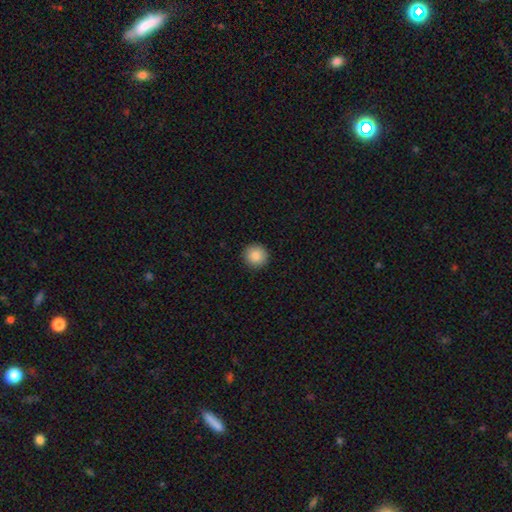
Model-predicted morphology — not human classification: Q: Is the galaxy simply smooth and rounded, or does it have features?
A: smooth — 88%.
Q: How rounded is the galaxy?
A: round — 95%.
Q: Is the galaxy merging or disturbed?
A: none — 93%.